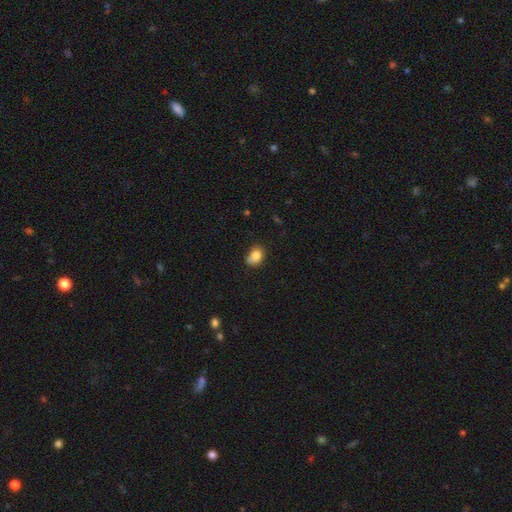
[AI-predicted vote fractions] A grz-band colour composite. It shows a smooth galaxy with no disk features (83%) that is in between round and cigar-shaped (62%). Merging: none (55%).